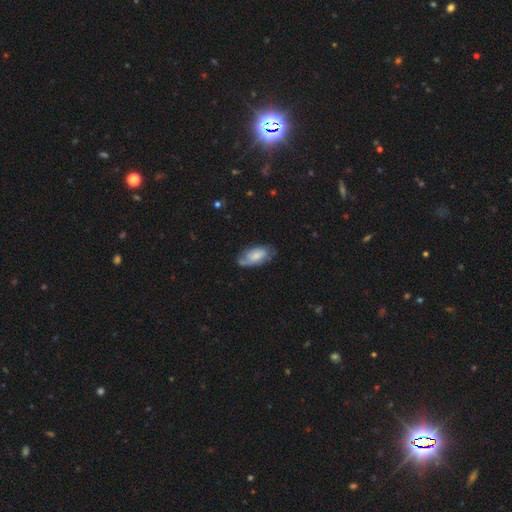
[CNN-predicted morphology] Smooth or featured? smooth (56%)
How rounded? in between (91%)
Merging? none (65%)